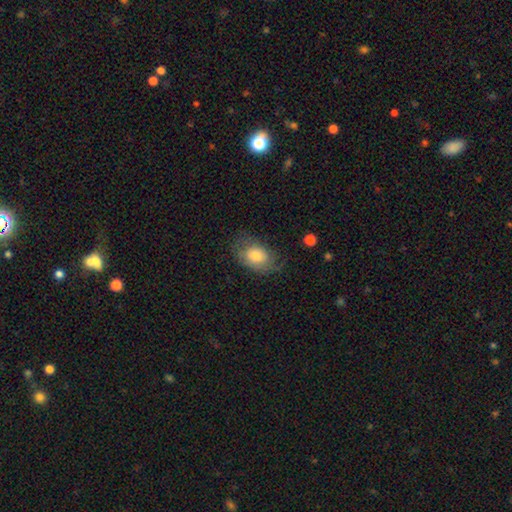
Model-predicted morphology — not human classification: Q: Smooth or featured?
A: smooth (65%); runner-up: featured or disk (27%)
Q: How rounded?
A: in between (82%); runner-up: round (16%)
Q: Merging?
A: none (57%); runner-up: minor disturbance (27%)